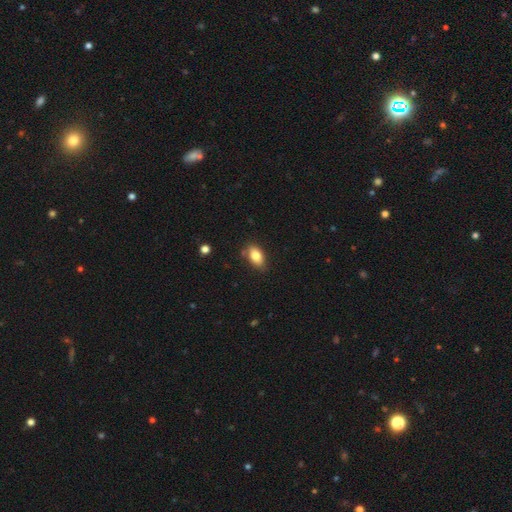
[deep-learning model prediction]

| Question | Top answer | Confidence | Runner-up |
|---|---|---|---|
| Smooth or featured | smooth | 83% | featured or disk (9%) |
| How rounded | in between | 90% | round (6%) |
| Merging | none | 78% | minor disturbance (17%) |